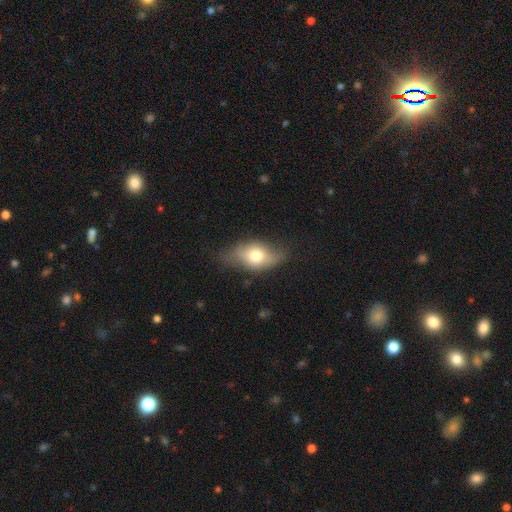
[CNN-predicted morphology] type=smooth (63%); roundness=in between (81%); merging=none (60%).